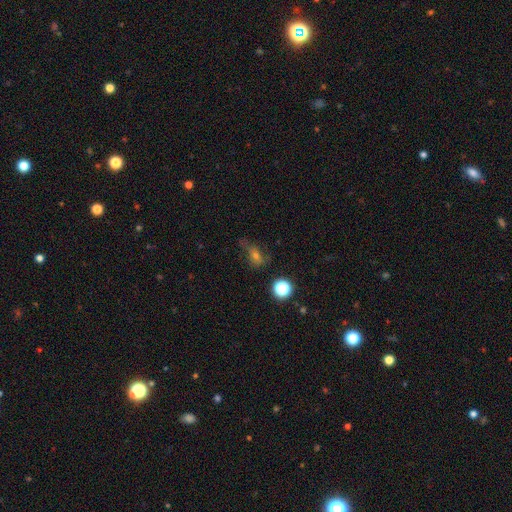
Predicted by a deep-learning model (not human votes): smooth_or_featured: smooth (p=0.46) [alt: featured or disk p=0.28]
merging: none (p=0.46) [alt: minor disturbance p=0.26]